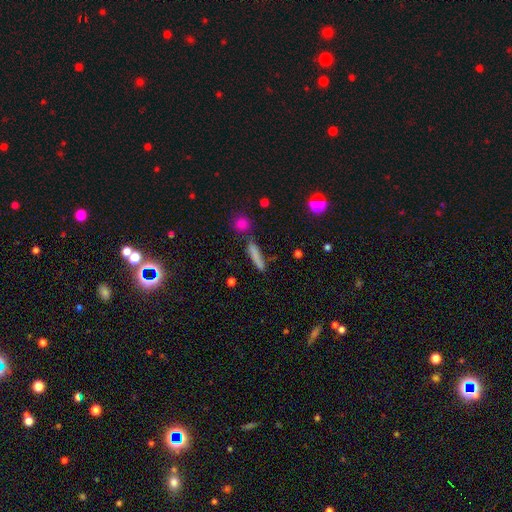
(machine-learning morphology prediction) The model was most divided on "merging": none: 67%, minor disturbance: 15%, merger: 13%, major disturbance: 5%. More confident: how rounded — cigar-shaped (85%); smooth or featured — smooth (75%).